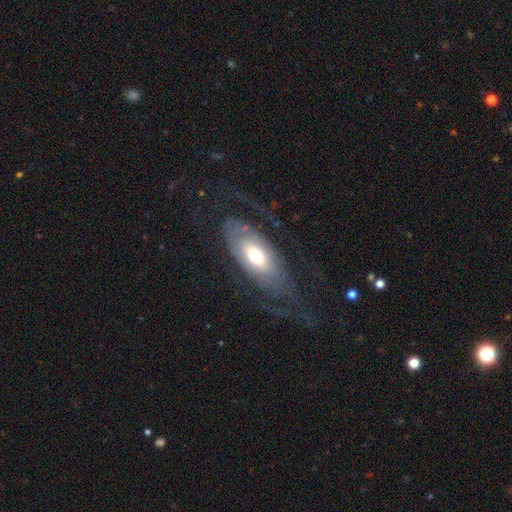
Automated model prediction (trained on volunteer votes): This appears to be a featured or disk galaxy (52%). Merging: none (54%).